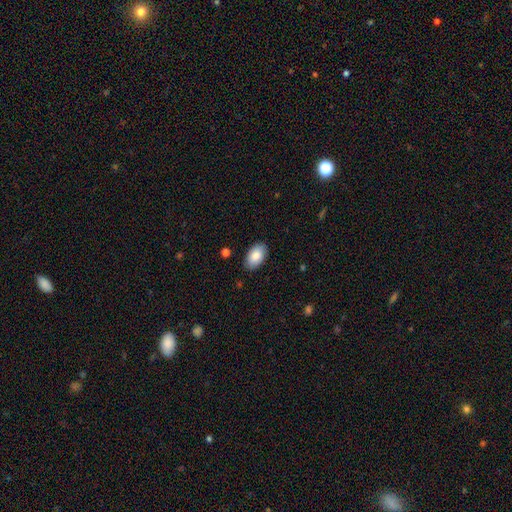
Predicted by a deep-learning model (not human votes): smooth 86%, featured or disk 8%, star or artifact 6%. Down the decision tree: how rounded — in between (94%); merging — none (87%).